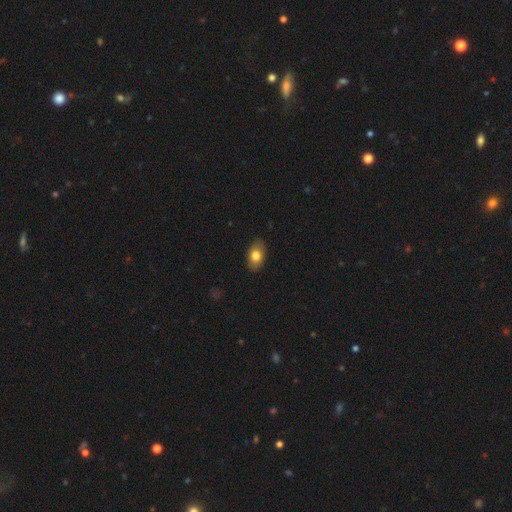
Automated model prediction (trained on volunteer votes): Q: Smooth or featured?
A: smooth (79%); runner-up: featured or disk (14%)
Q: How rounded?
A: in between (89%); runner-up: round (9%)
Q: Merging?
A: none (86%); runner-up: minor disturbance (11%)